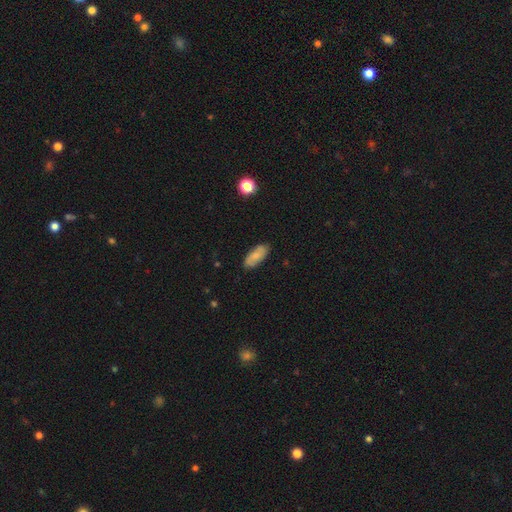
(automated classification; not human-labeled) smooth-or-featured: smooth: 73% | featured or disk: 20% | star or artifact: 7%
  how-rounded: in between: 83% | cigar-shaped: 14% | round: 2%
  merging: none: 84% | minor disturbance: 13% | major disturbance: 2% | merger: 1%